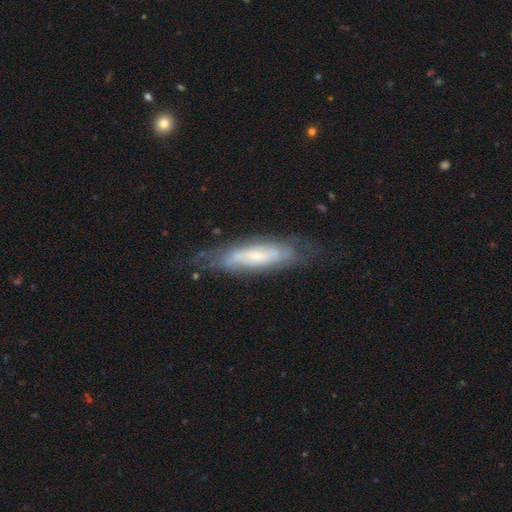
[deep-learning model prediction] This appears to be a featured or disk galaxy (67%). Merging: none (65%).